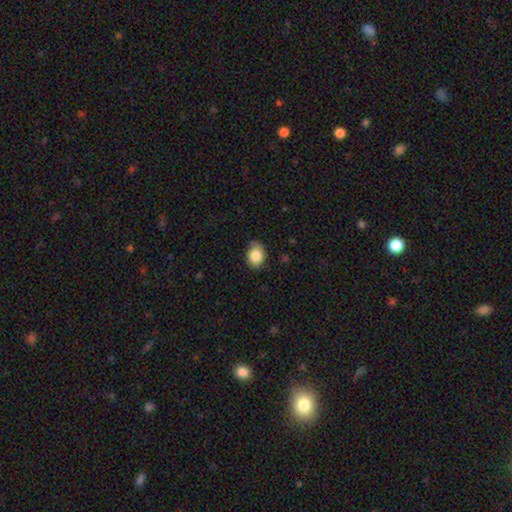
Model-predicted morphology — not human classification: A smooth galaxy with no disk features (85%) that is in between round and cigar-shaped (56%). Merging: none (74%).